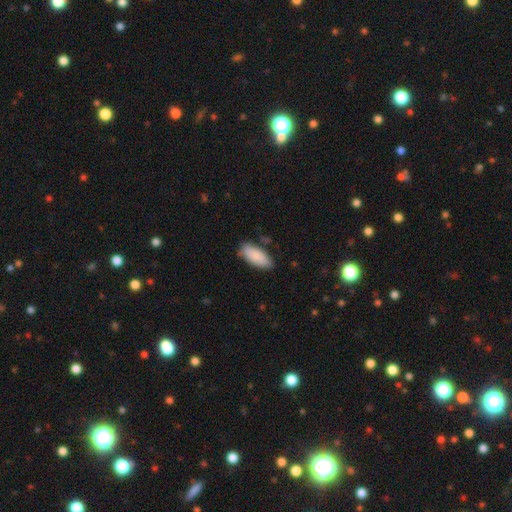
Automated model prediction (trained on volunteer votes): A smooth galaxy with no disk features (89%) that is in between round and cigar-shaped (84%). Merging: none (78%).